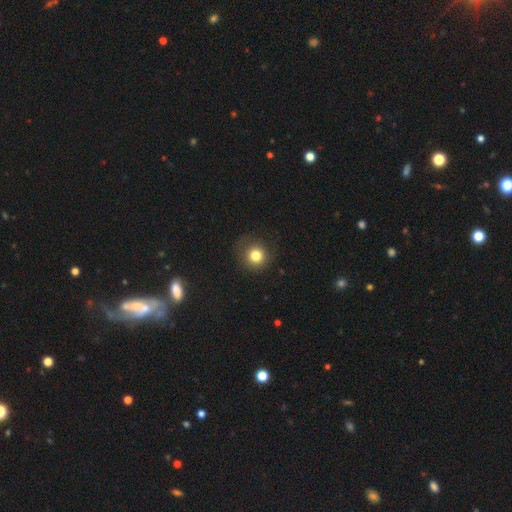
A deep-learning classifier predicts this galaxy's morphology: Smooth or featured?
  - smooth: 80% *
  - star or artifact: 12%
  - featured or disk: 8%
How rounded?
  - round: 90% *
  - in between: 9%
  - cigar-shaped: 1%
Merging?
  - none: 79% *
  - minor disturbance: 13%
  - major disturbance: 7%
  - merger: 1%